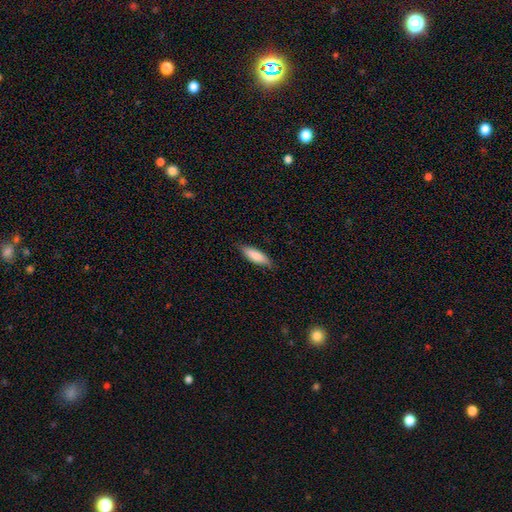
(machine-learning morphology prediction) This appears to be a smooth galaxy with no disk features (80%) that is in between round and cigar-shaped (53%). Merging: none (83%).